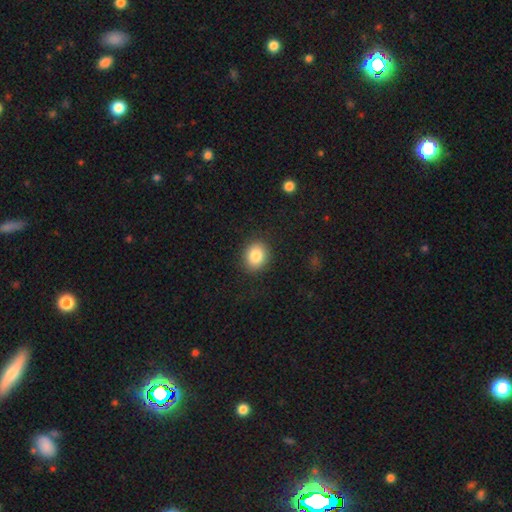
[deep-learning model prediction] smooth_or_featured: smooth (p=0.85) [alt: star or artifact p=0.09]
how_rounded: round (p=0.66) [alt: in between p=0.33]
merging: none (p=0.89) [alt: minor disturbance p=0.08]